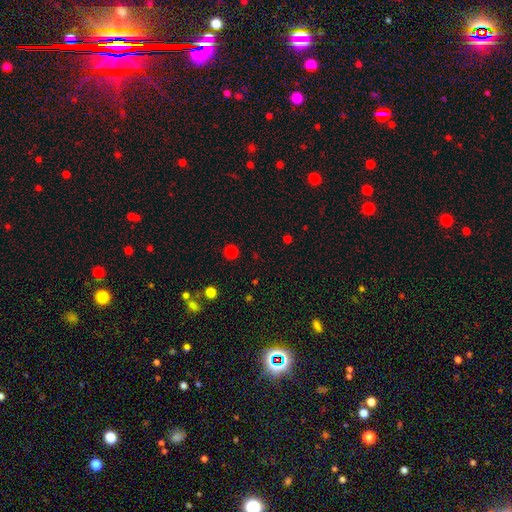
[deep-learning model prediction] The model was most divided on "smooth or featured": smooth: 66%, star or artifact: 30%, featured or disk: 4%. More confident: how rounded — round (91%); merging — none (89%).